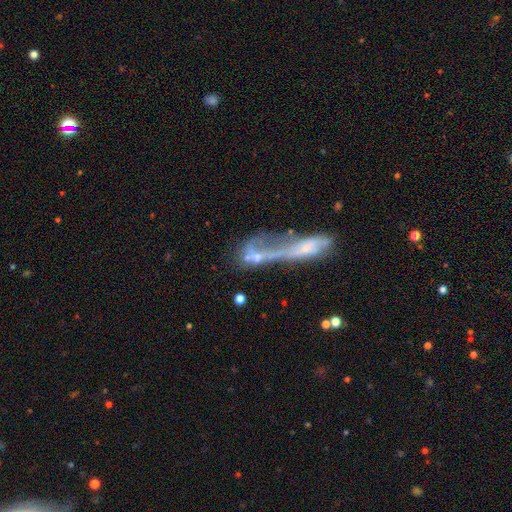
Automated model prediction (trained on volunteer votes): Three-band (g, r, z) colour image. It shows a featured or disk galaxy (45%). Merging: merger (46%).